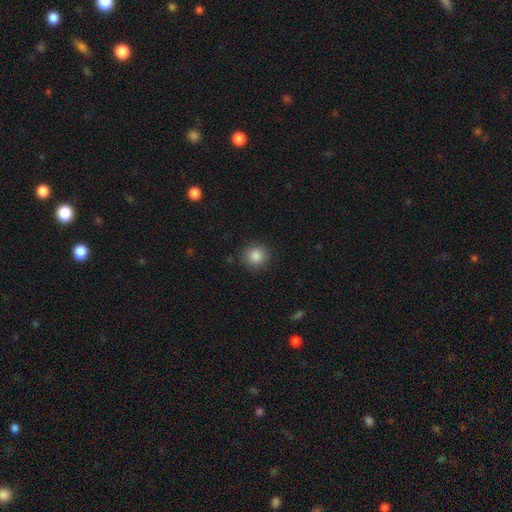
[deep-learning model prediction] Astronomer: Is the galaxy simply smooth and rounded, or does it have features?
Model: smooth — 87%.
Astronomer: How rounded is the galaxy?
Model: round — 90%.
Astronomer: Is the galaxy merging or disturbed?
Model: none — 89%.